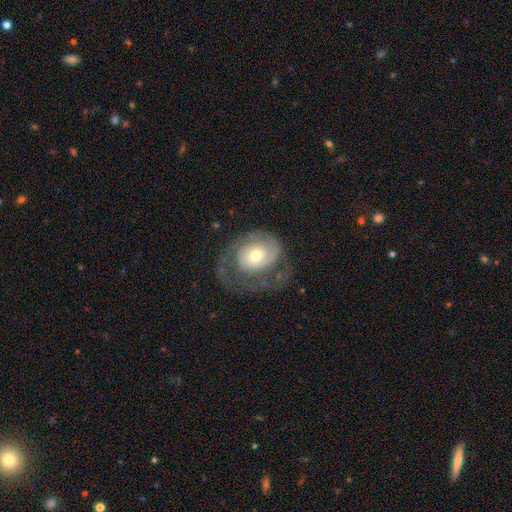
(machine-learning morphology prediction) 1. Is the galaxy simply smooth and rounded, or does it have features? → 73% featured or disk, 21% smooth, 6% star or artifact.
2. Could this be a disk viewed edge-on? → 97% no, 3% yes.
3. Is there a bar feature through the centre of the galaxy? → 71% no, 24% weak, 5% strong.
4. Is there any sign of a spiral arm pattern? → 87% yes, 13% no.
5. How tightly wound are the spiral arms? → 44% tight, 37% medium, 19% loose.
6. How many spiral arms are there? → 51% 2, 25% 1, 16% can't tell, 4% 3, 2% 4, 2% more than 4.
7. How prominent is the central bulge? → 58% moderate, 29% small, 10% large, 2% dominant, 1% none.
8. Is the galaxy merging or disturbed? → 52% none, 28% major disturbance, 19% minor disturbance, 2% merger.